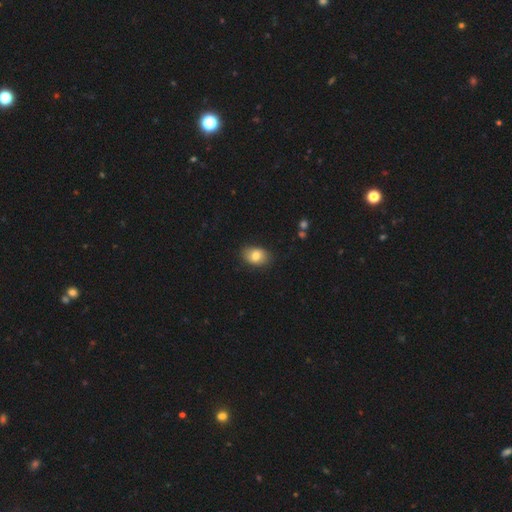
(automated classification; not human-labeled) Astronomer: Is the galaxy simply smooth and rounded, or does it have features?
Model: smooth — 81%.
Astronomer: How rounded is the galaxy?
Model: in between — 78%.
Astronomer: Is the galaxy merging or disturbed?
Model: none — 85%.